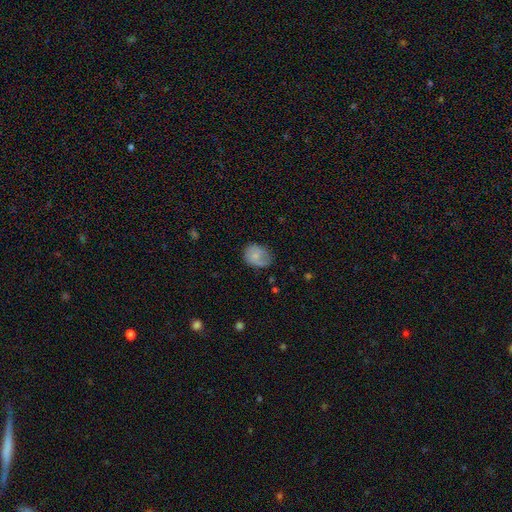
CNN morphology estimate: This is likely a smooth galaxy (70%). How rounded: possibly round (51%). Merging: possibly none (54%).